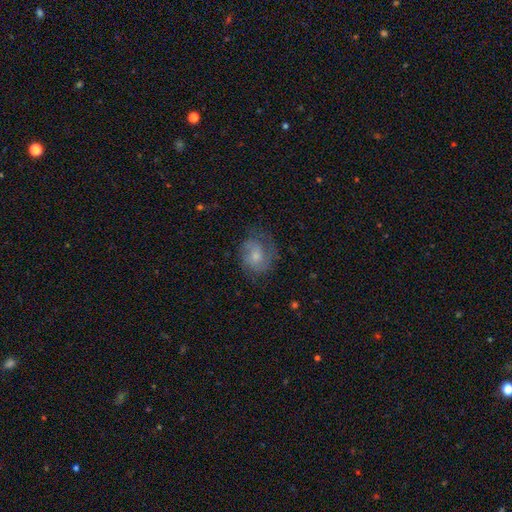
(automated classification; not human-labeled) Overall: featured or disk (48%; smooth 44%). Merging: none (59%; minor disturbance 24%).